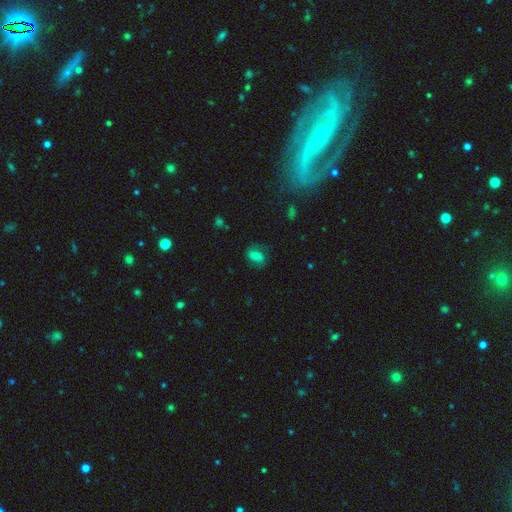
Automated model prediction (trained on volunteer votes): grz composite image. It shows a smooth galaxy with no disk features (57%) that is in between round and cigar-shaped (72%). Merging: none (71%).